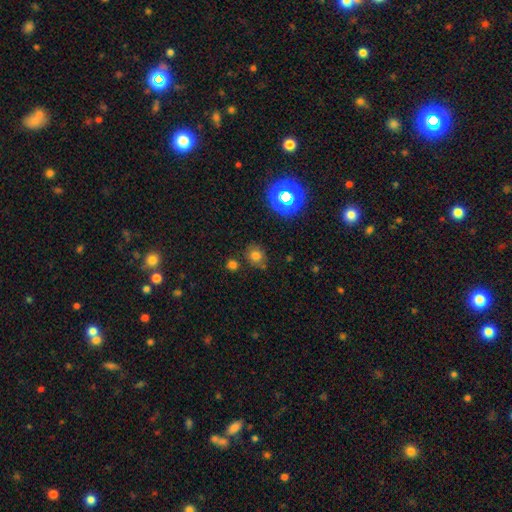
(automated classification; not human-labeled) Smooth or featured? Predicted: smooth (p=0.69). How rounded? Predicted: round (p=0.76). Merging? Predicted: none (p=0.75).